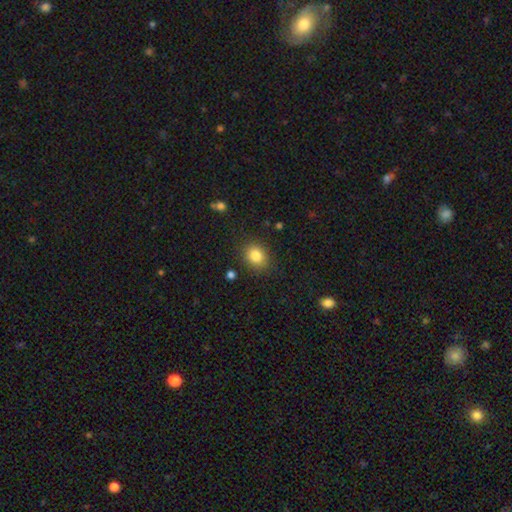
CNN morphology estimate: Smooth or featured?
  - smooth: 84% *
  - star or artifact: 10%
  - featured or disk: 6%
How rounded?
  - round: 59% *
  - in between: 40%
  - cigar-shaped: 1%
Merging?
  - none: 87% *
  - minor disturbance: 9%
  - major disturbance: 3%
  - merger: 2%